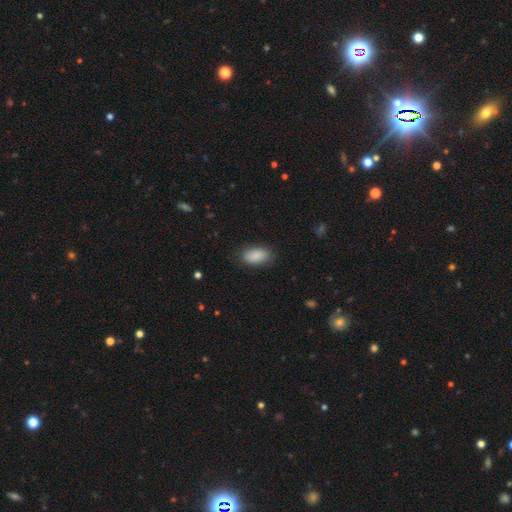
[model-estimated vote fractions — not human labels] Smooth or featured? smooth (89%)
How rounded? in between (93%)
Merging? none (84%)